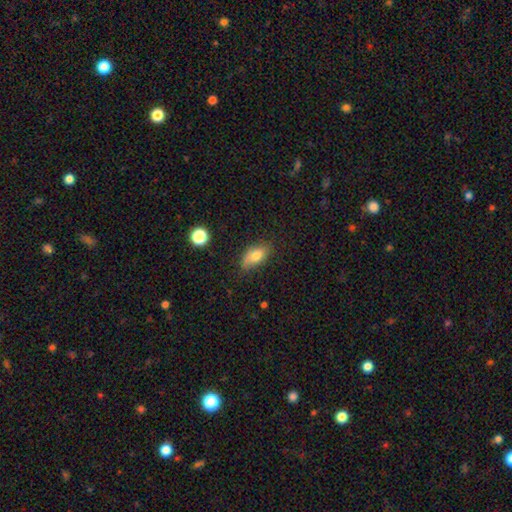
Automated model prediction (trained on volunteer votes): The model was most divided on "merging": none: 67%, minor disturbance: 25%, major disturbance: 6%, merger: 2%. More confident: how rounded — in between (86%); smooth or featured — smooth (75%).